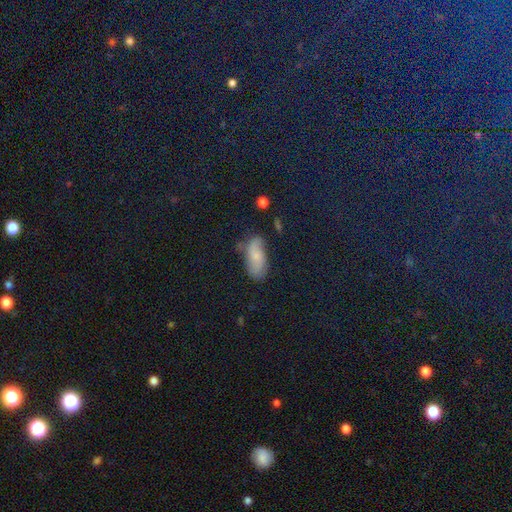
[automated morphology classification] A smooth galaxy with no disk features (58%) that is in between round and cigar-shaped (85%).

Vote fractions:
- Smooth or featured? smooth: 58% / featured or disk: 30% / star or artifact: 12%
- How rounded? in between: 85% / cigar-shaped: 12% / round: 4%
- Merging? none: 63% / minor disturbance: 25% / major disturbance: 9% / merger: 4%